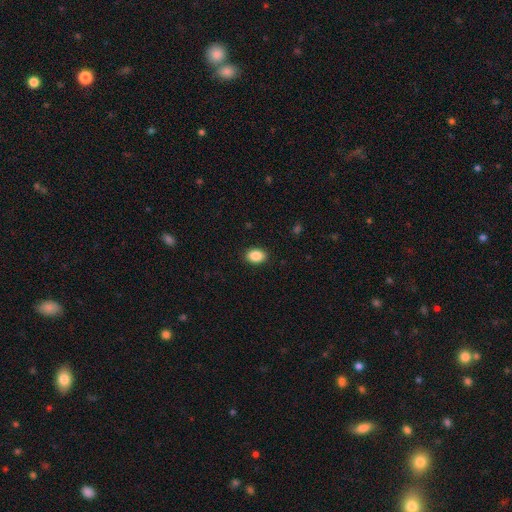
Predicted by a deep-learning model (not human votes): This appears to be a smooth galaxy with no disk features (88%) that is in between round and cigar-shaped (79%). Merging: none (90%).